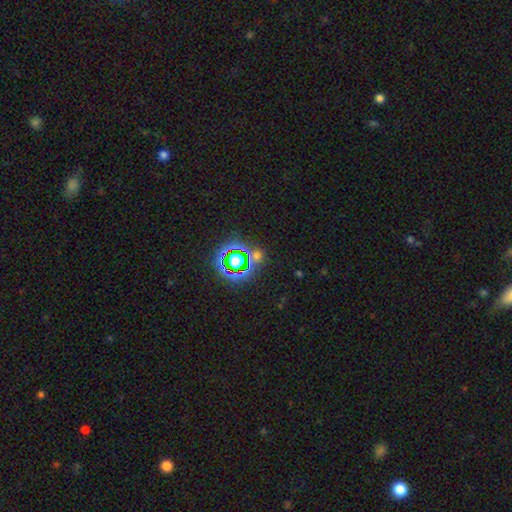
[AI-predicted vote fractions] smooth_or_featured: star or artifact (p=0.60) [alt: smooth p=0.31]